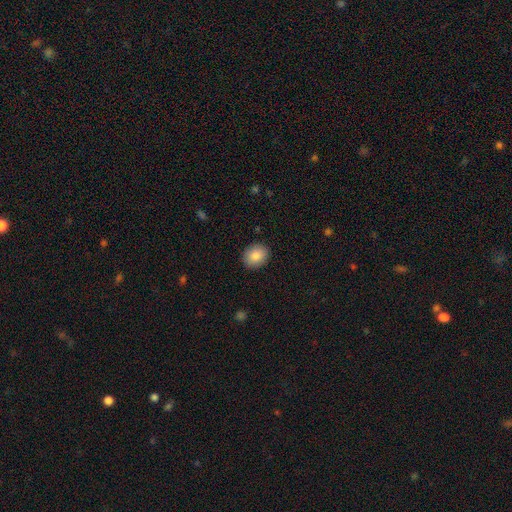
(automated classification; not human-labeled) A smooth galaxy with no disk features (86%) that is round (52%). Merging: none (90%).